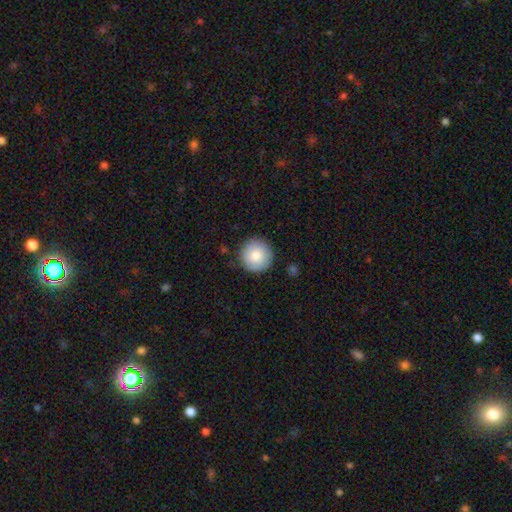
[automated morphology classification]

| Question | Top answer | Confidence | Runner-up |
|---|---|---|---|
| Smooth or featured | smooth | 83% | featured or disk (10%) |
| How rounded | round | 96% | in between (3%) |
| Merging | none | 89% | minor disturbance (7%) |